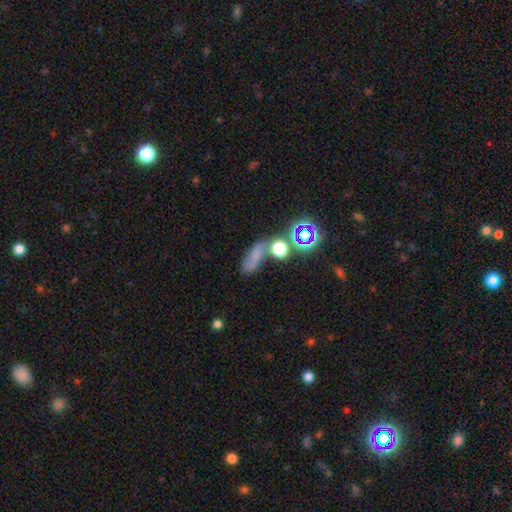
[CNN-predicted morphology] This is possibly a smooth galaxy (52%). How rounded: possibly in between (56%). Merging: marginally none (42%).